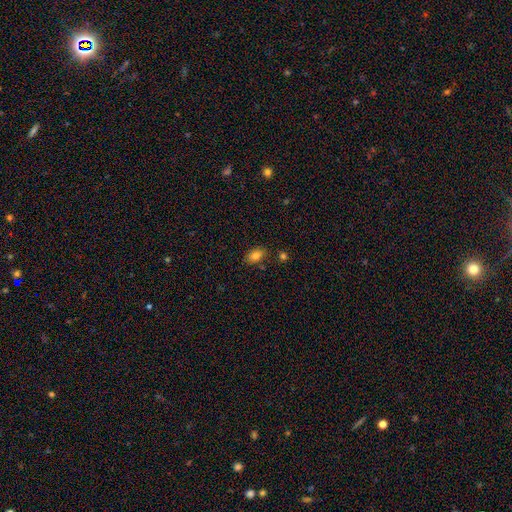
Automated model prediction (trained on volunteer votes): A smooth galaxy with no disk features (81%) that is in between round and cigar-shaped (87%). Merging: none (80%).